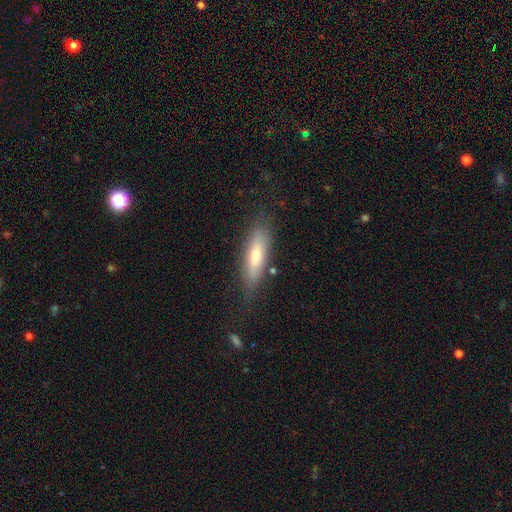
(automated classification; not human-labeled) smooth-or-featured: smooth: 54% | featured or disk: 37% | star or artifact: 9%
  how-rounded: cigar-shaped: 70% | in between: 28% | round: 2%
  merging: none: 76% | minor disturbance: 18% | major disturbance: 5% | merger: 2%